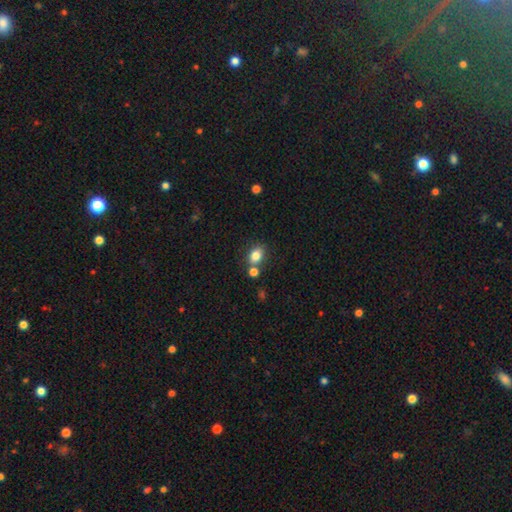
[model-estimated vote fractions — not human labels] Morphology: type=smooth (81%); roundness=in between (63%); merging=none (64%).